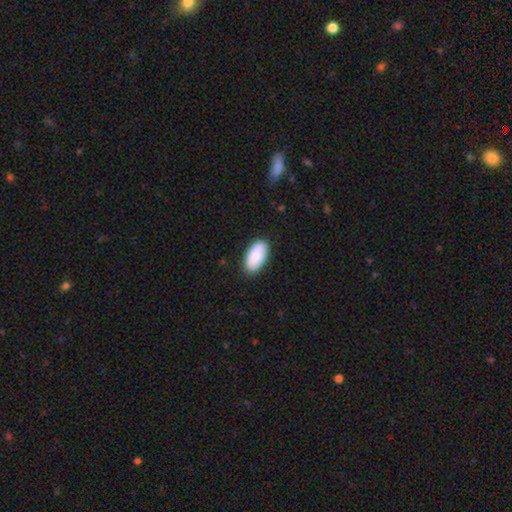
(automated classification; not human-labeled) Smooth or featured? smooth (89%)
How rounded? in between (96%)
Merging? none (88%)